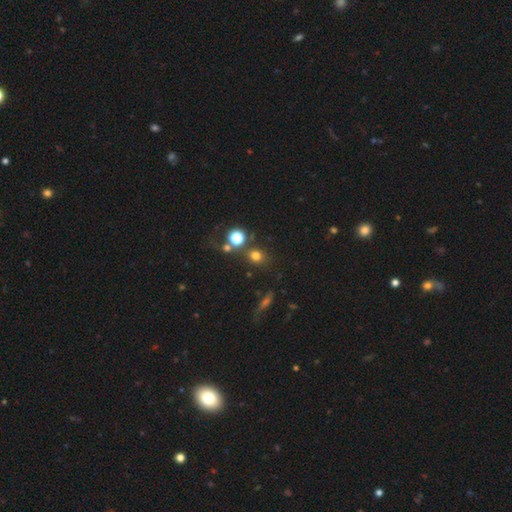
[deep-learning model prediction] Smooth or featured: smooth — 72% (star or artifact — 20%)
How rounded: round — 80% (in between — 18%)
Merging: none — 73% (merger — 12%)